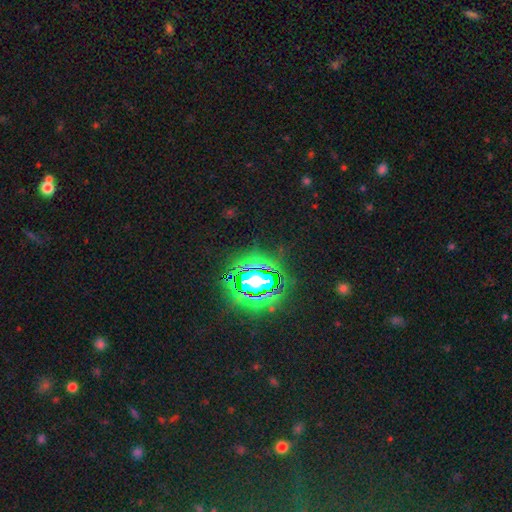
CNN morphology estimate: A star or artifact, not a galaxy (78%).